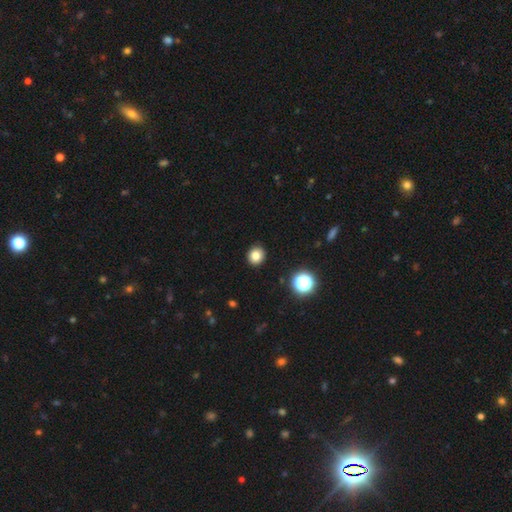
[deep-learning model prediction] A smooth galaxy with no disk features (81%) that is round (82%). Merging: none (92%).